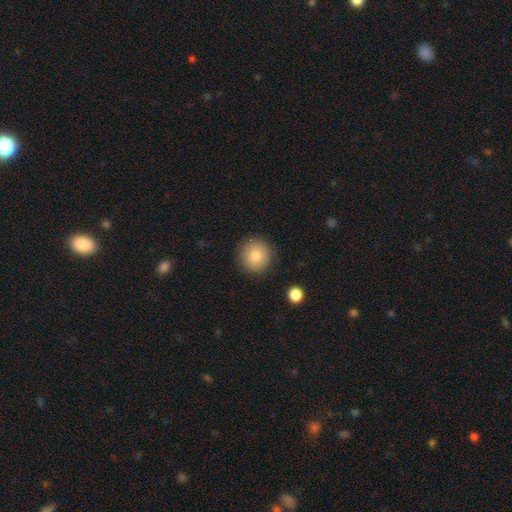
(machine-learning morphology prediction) The model was most divided on "smooth or featured": smooth: 82%, star or artifact: 9%, featured or disk: 9%. More confident: how rounded — round (95%); merging — none (91%).